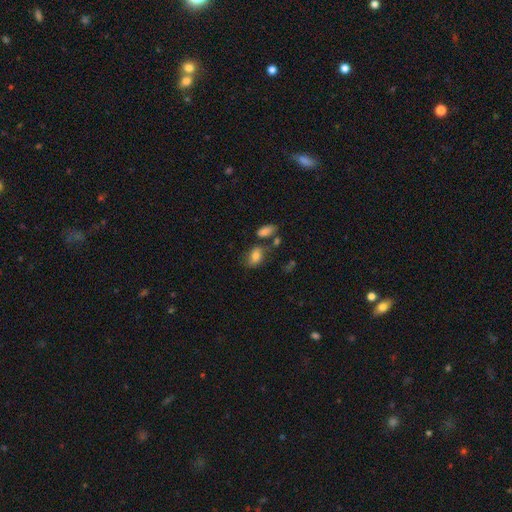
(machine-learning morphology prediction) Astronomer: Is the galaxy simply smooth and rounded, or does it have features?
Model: smooth — 77%.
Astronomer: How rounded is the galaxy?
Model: in between — 84%.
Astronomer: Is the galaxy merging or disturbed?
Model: none — 55%.